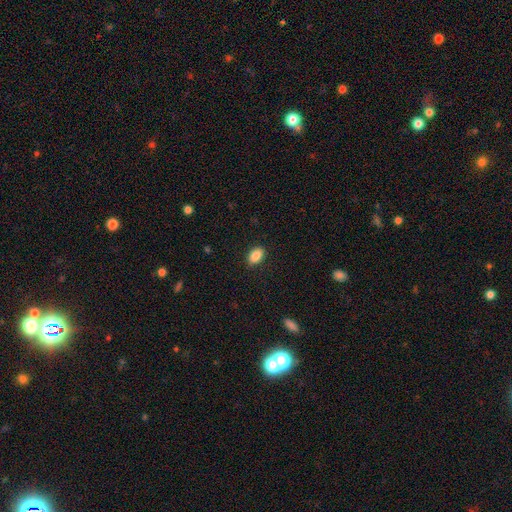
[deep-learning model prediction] Overall: smooth (87%). How rounded: in between (87%). Merging: none (89%).